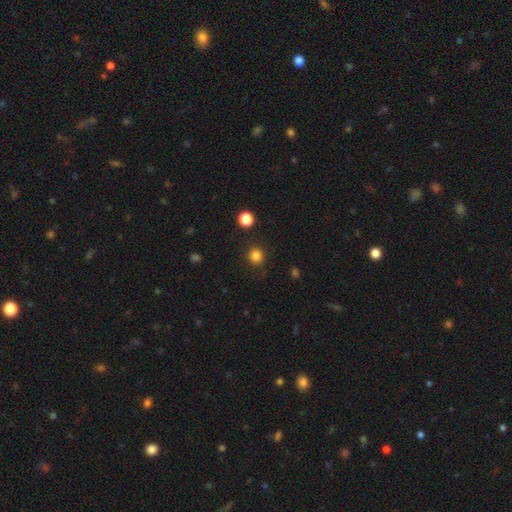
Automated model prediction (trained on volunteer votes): A smooth galaxy with no disk features (83%) that is round (93%).

Vote fractions:
- Smooth or featured? smooth: 83% / star or artifact: 13% / featured or disk: 4%
- How rounded? round: 93% / in between: 6% / cigar-shaped: 1%
- Merging? none: 90% / minor disturbance: 6% / major disturbance: 2% / merger: 2%